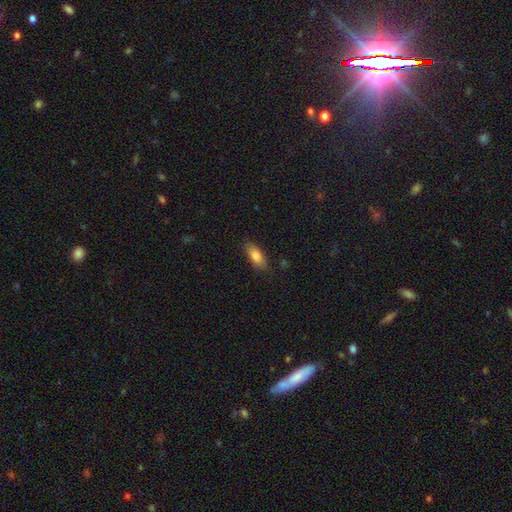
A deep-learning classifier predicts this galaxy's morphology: type=smooth (84%); roundness=in between (82%); merging=none (80%).